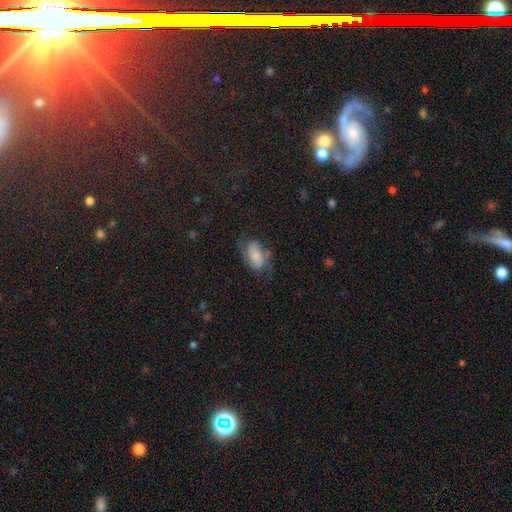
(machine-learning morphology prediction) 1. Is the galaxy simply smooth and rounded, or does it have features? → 51% smooth, 39% featured or disk, 9% star or artifact.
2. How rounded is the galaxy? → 91% in between, 7% round, 3% cigar-shaped.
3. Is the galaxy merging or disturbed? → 52% none, 26% minor disturbance, 19% major disturbance, 3% merger.